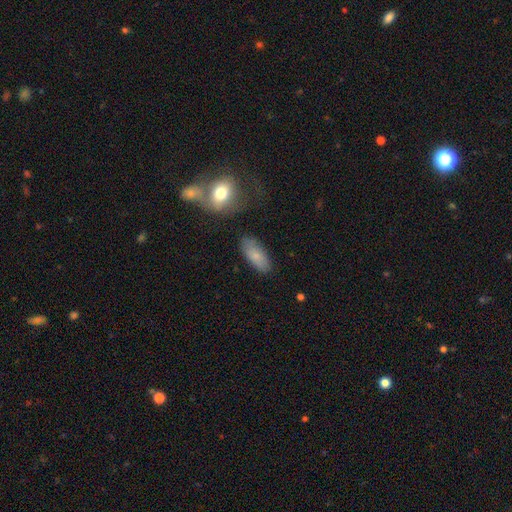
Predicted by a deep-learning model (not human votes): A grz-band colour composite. It shows a smooth galaxy with no disk features (80%) that is in between round and cigar-shaped (81%). Merging: none (80%).